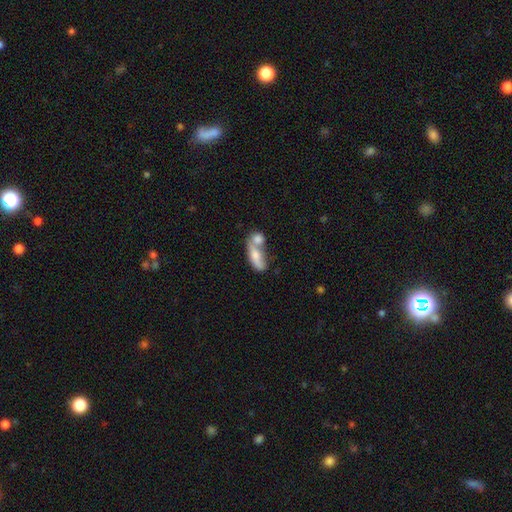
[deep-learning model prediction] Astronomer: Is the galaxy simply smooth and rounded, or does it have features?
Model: smooth — 69%.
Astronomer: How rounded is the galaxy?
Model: in between — 69%.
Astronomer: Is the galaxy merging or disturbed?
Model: merger — 63%.